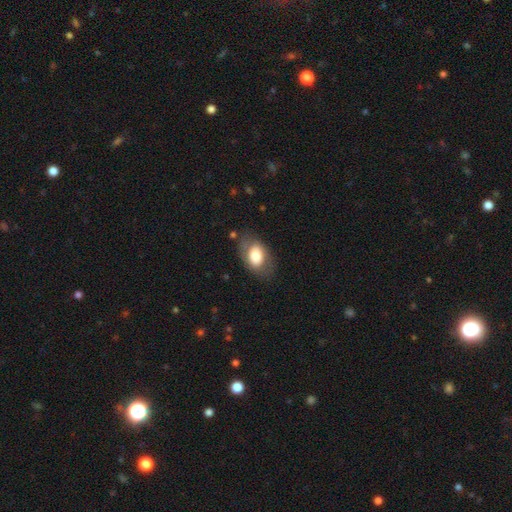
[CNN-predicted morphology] Smooth or featured: smooth — 68% (featured or disk — 25%)
How rounded: in between — 87% (round — 12%)
Merging: none — 72% (minor disturbance — 18%)